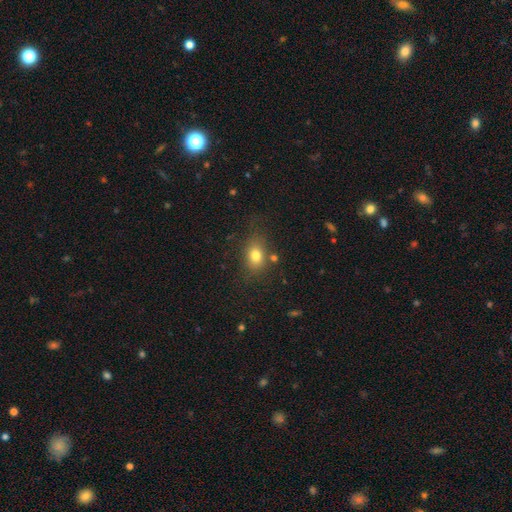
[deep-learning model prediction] Smooth or featured? smooth (77%)
How rounded? in between (63%)
Merging? none (73%)